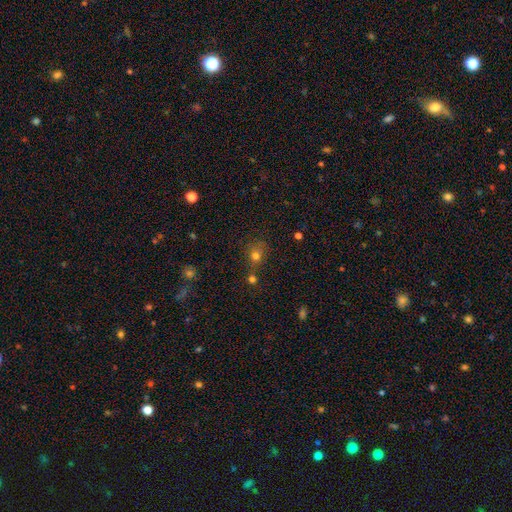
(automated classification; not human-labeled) Overall: smooth (72%). How rounded: round (74%). Merging: none (54%; merger 24%).